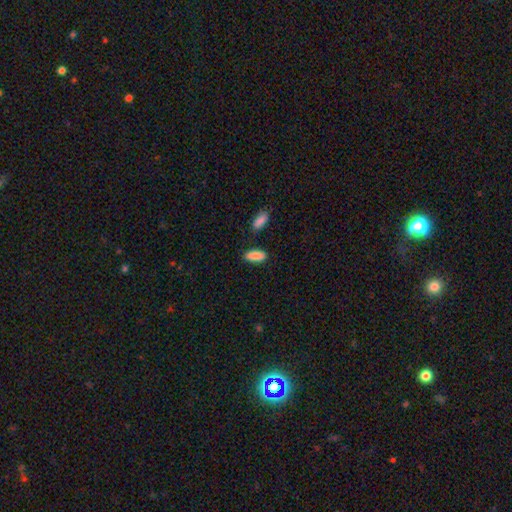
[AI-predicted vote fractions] This appears to be a smooth galaxy with no disk features (88%) that is in between round and cigar-shaped (59%). Merging: none (83%).